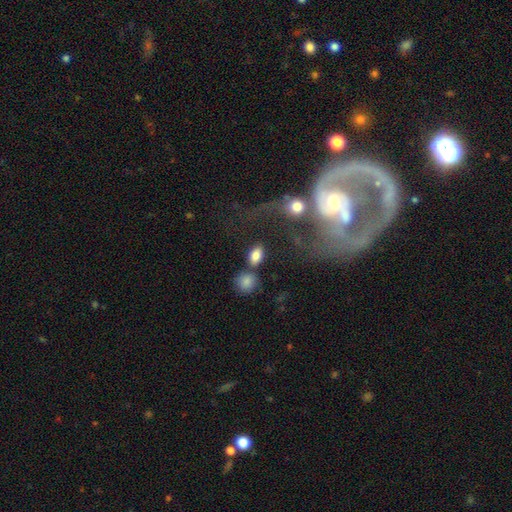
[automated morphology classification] This appears to be a smooth galaxy with no disk features (84%) that is in between round and cigar-shaped (81%). Merging: none (61%).